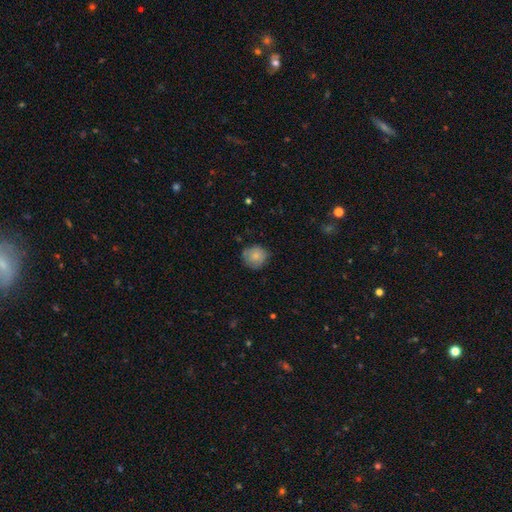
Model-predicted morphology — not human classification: This appears to be a smooth galaxy with no disk features (77%) that is round (88%). Merging: none (75%).